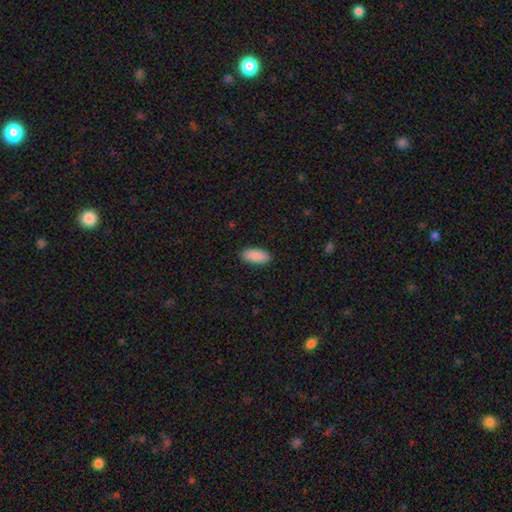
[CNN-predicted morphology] type=smooth (90%); roundness=in between (91%); merging=none (90%).